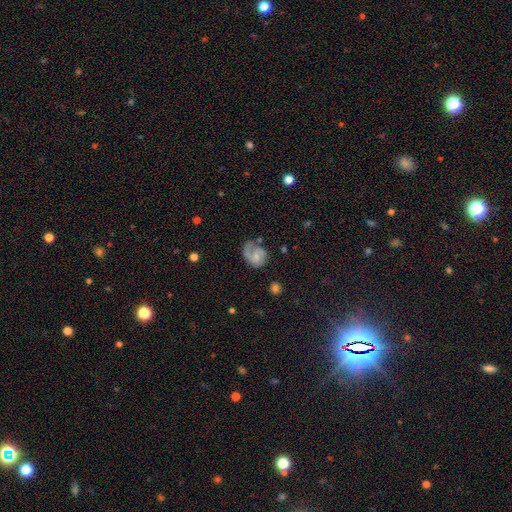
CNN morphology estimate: Q: Smooth or featured?
A: featured or disk (57%); runner-up: smooth (35%)
Q: Edge-on disk?
A: no (98%); runner-up: yes (2%)
Q: Bar?
A: no (66%); runner-up: weak (30%)
Q: Spiral arms?
A: yes (84%); runner-up: no (16%)
Q: Bulge size?
A: small (48%); runner-up: moderate (25%)
Q: Merging?
A: none (42%); runner-up: major disturbance (28%)